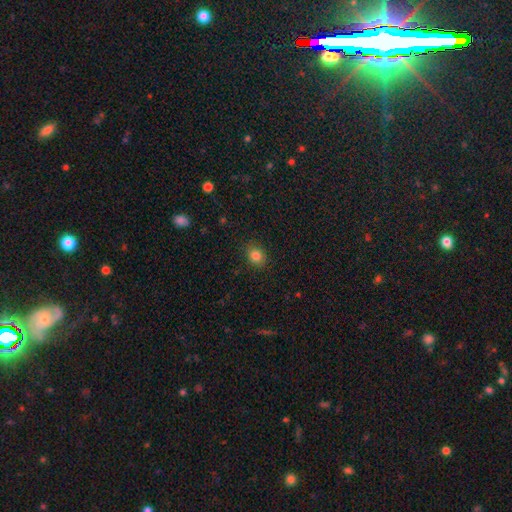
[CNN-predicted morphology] Smooth or featured? smooth (83%)
How rounded? round (60%)
Merging? none (87%)